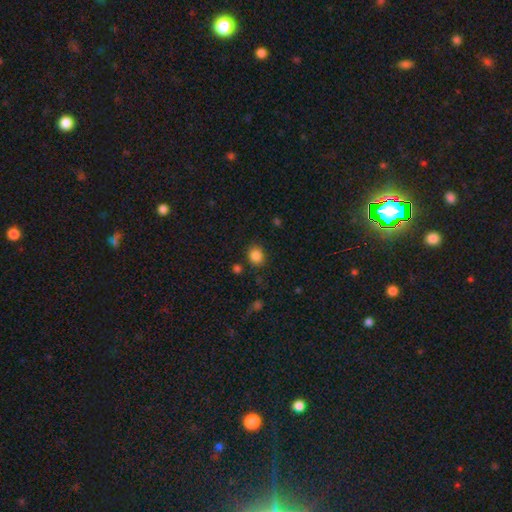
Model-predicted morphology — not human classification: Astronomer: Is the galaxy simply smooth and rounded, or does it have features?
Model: smooth — 86%.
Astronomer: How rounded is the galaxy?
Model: round — 65%.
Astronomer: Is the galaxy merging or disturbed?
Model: none — 80%.